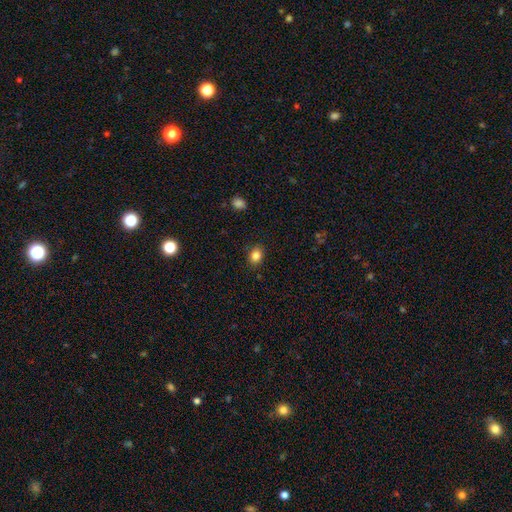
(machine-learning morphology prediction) The model was most divided on "how rounded": in between: 55%, round: 44%, cigar-shaped: 1%. More confident: merging — none (88%); smooth or featured — smooth (84%).